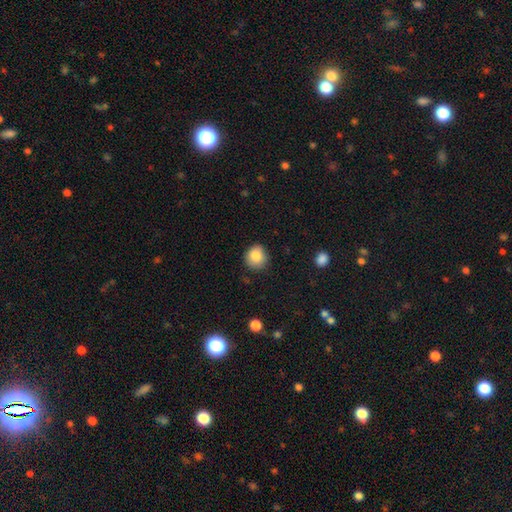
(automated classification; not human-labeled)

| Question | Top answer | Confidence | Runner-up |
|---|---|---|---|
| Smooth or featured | smooth | 85% | star or artifact (9%) |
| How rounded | round | 87% | in between (12%) |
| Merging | none | 82% | minor disturbance (14%) |